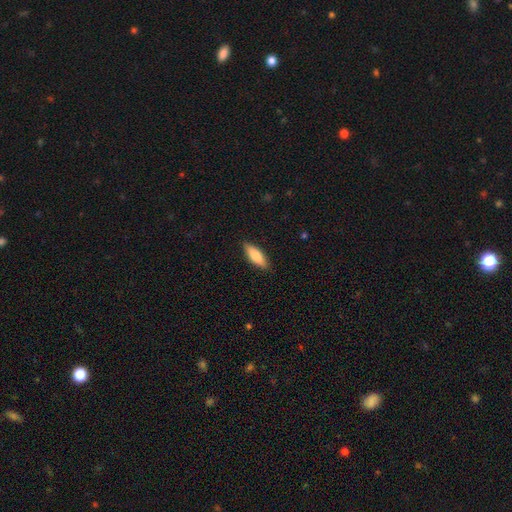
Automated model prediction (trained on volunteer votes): Q: Smooth or featured?
A: smooth (77%); runner-up: featured or disk (17%)
Q: How rounded?
A: in between (62%); runner-up: cigar-shaped (36%)
Q: Merging?
A: none (87%); runner-up: minor disturbance (10%)